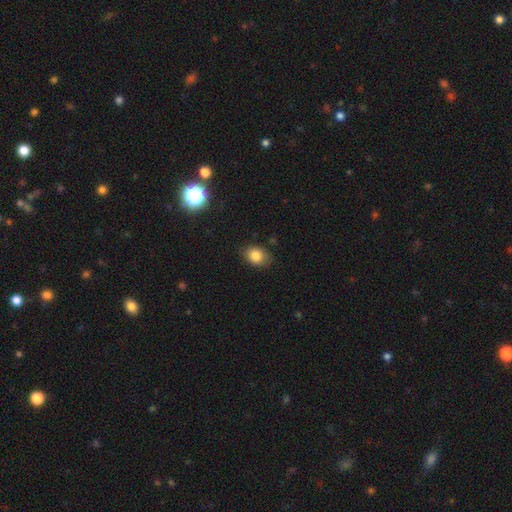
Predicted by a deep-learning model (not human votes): Smooth or featured?
  - smooth: 82% *
  - star or artifact: 11%
  - featured or disk: 8%
How rounded?
  - in between: 61% *
  - round: 37%
  - cigar-shaped: 1%
Merging?
  - none: 80% *
  - minor disturbance: 16%
  - major disturbance: 3%
  - merger: 1%